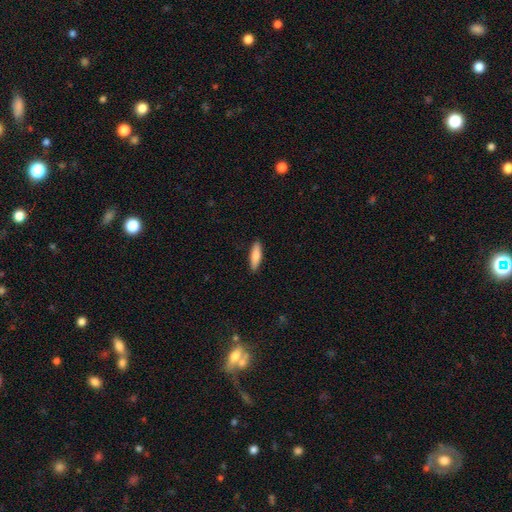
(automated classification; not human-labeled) smooth-or-featured: smooth: 82% | featured or disk: 13% | star or artifact: 5%
  how-rounded: cigar-shaped: 60% | in between: 39% | round: 2%
  merging: none: 90% | minor disturbance: 8% | major disturbance: 2% | merger: 1%